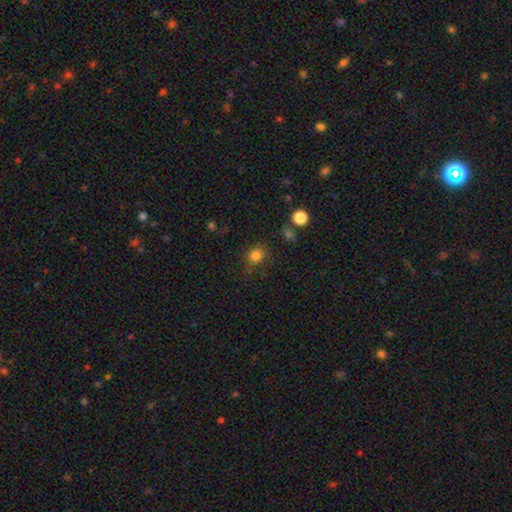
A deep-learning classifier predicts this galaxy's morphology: This appears to be a smooth galaxy with no disk features (81%) that is round (75%). Merging: none (73%).